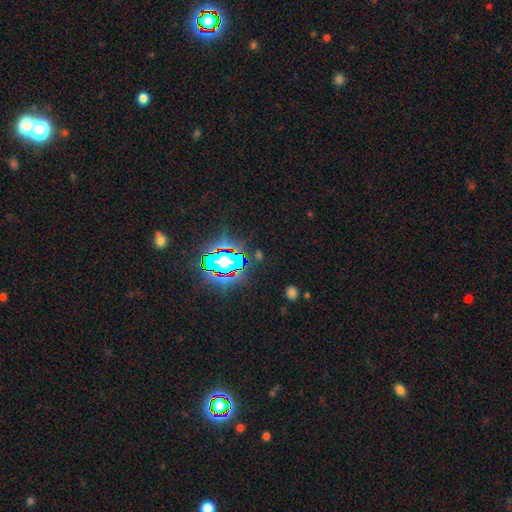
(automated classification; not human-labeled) smooth-or-featured: star or artifact: 72% | smooth: 16% | featured or disk: 12%